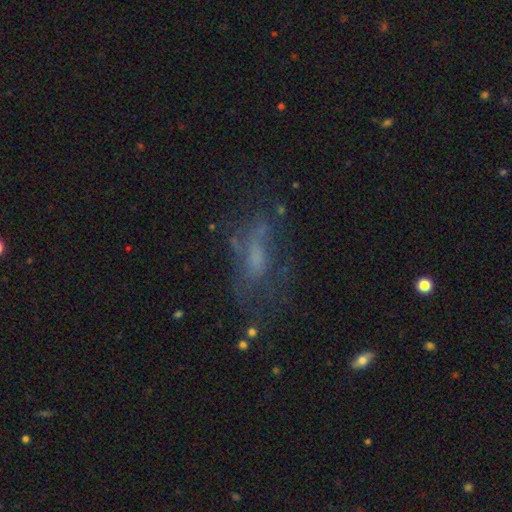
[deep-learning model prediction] Smooth or featured? Predicted: featured or disk (p=0.47). Merging? Predicted: none (p=0.49).